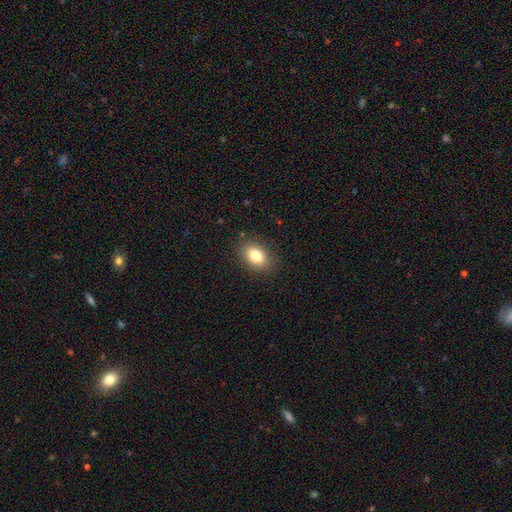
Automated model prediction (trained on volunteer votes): Overall: smooth (82%). How rounded: in between (85%). Merging: none (87%).